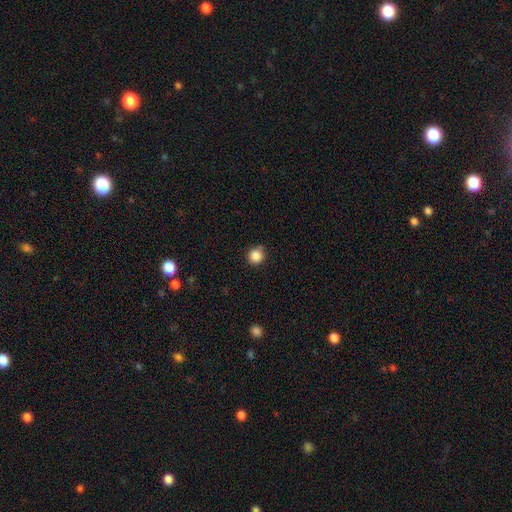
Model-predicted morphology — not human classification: This is clearly a smooth galaxy (86%). How rounded: clearly round (90%). Merging: clearly none (81%).